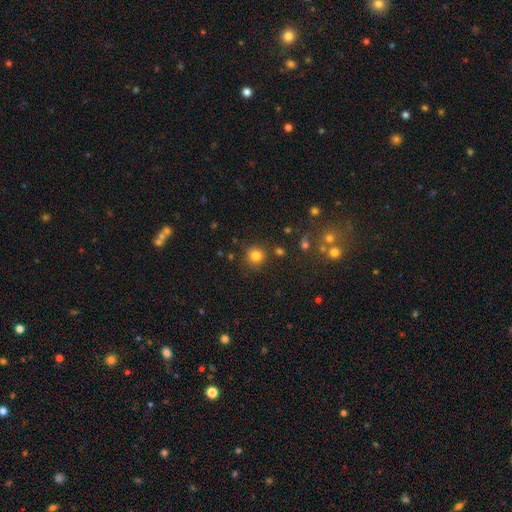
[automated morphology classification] Smooth or featured?
  - smooth: 81% *
  - star or artifact: 13%
  - featured or disk: 6%
How rounded?
  - round: 91% *
  - in between: 8%
  - cigar-shaped: 1%
Merging?
  - none: 82% *
  - minor disturbance: 10%
  - merger: 4%
  - major disturbance: 3%